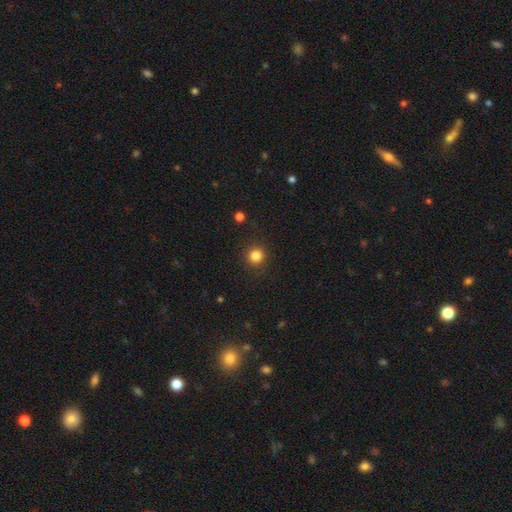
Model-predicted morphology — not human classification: type=smooth (83%); roundness=round (94%); merging=none (90%).